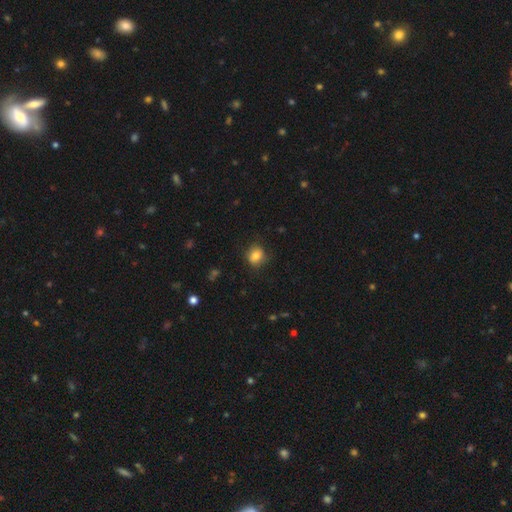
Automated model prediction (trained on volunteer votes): Overall: smooth (81%). How rounded: round (75%). Merging: none (79%).